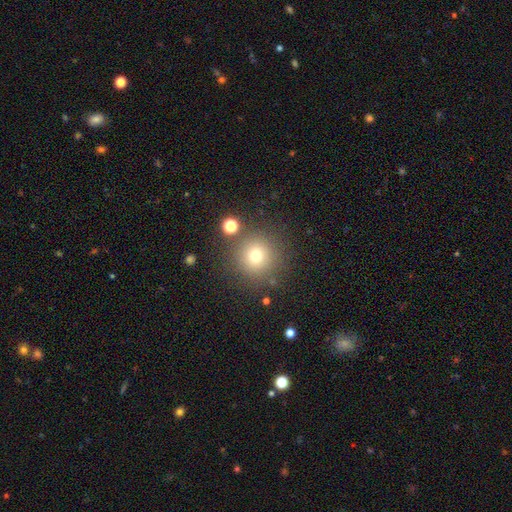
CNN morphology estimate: type=smooth (72%); roundness=round (95%); merging=none (83%).